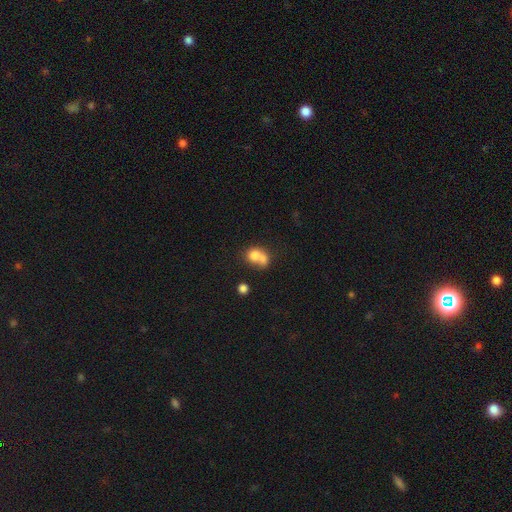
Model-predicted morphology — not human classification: The model was most divided on "how rounded": round: 59%, in between: 40%, cigar-shaped: 1%. More confident: smooth or featured — smooth (73%); merging — merger (62%).